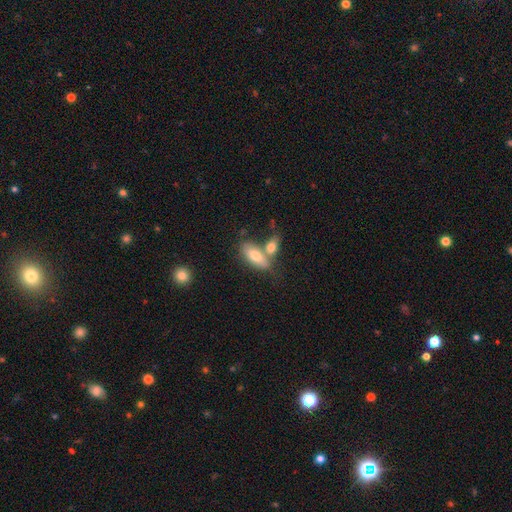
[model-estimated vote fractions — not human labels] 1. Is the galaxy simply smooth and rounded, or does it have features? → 72% smooth, 22% featured or disk, 7% star or artifact.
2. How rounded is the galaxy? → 82% in between, 15% cigar-shaped, 3% round.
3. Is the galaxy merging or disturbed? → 43% none, 41% merger, 11% minor disturbance, 4% major disturbance.